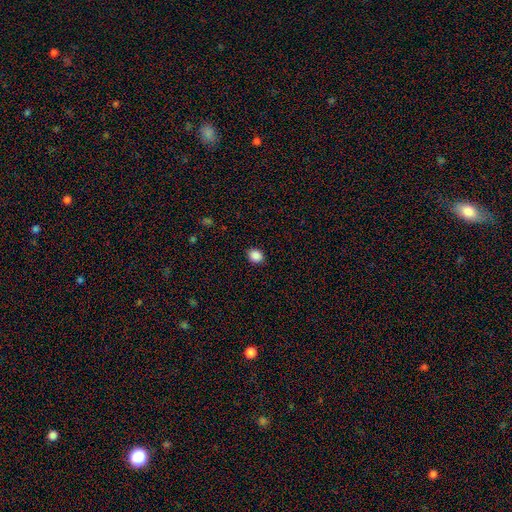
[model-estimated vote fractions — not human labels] Smooth or featured?
  - smooth: 88% *
  - star or artifact: 9%
  - featured or disk: 3%
How rounded?
  - round: 64% *
  - in between: 35%
  - cigar-shaped: 1%
Merging?
  - none: 89% *
  - minor disturbance: 8%
  - major disturbance: 2%
  - merger: 1%